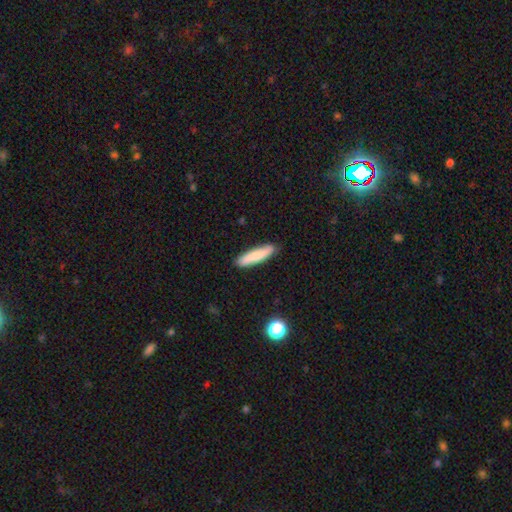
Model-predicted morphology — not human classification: smooth 78%, featured or disk 15%, star or artifact 6%. Down the decision tree: how rounded — cigar-shaped (84%); merging — none (88%).